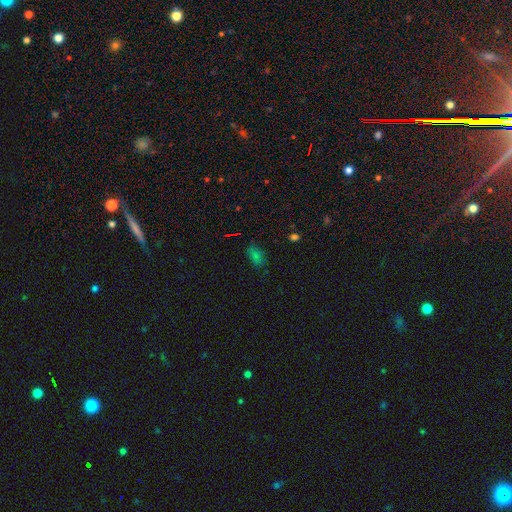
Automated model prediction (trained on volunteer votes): The model was most divided on "smooth or featured": smooth: 63%, star or artifact: 28%, featured or disk: 8%. More confident: how rounded — in between (85%); merging — none (76%).